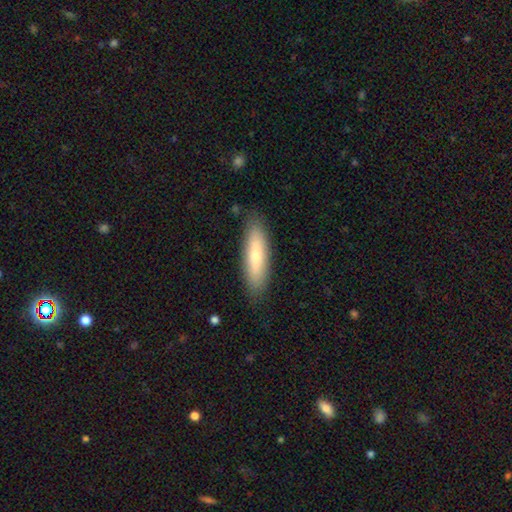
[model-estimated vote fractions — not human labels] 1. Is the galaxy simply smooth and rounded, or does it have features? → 65% smooth, 29% featured or disk, 6% star or artifact.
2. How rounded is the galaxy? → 66% cigar-shaped, 33% in between, 2% round.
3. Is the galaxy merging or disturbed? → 86% none, 10% minor disturbance, 2% major disturbance, 1% merger.